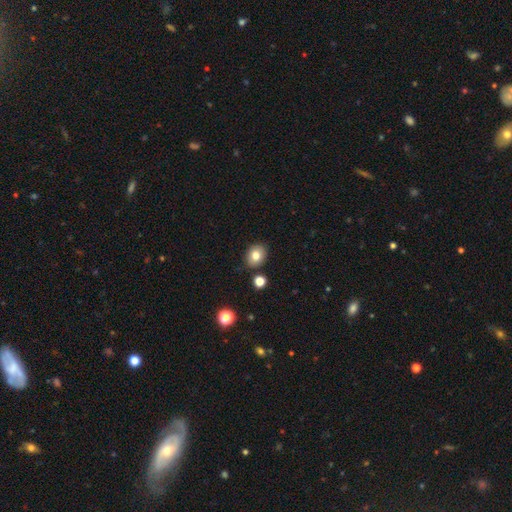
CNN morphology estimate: Smooth or featured?
  - smooth: 79% *
  - featured or disk: 11%
  - star or artifact: 10%
How rounded?
  - in between: 54% *
  - round: 45%
  - cigar-shaped: 1%
Merging?
  - none: 85% *
  - minor disturbance: 10%
  - merger: 3%
  - major disturbance: 2%